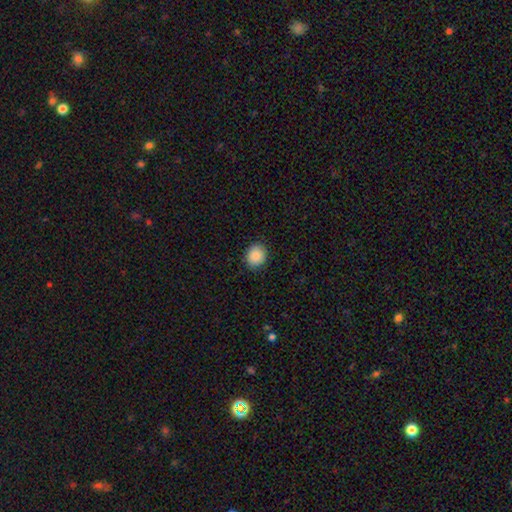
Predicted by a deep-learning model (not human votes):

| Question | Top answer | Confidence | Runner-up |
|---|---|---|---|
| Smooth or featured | smooth | 87% | star or artifact (8%) |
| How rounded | round | 68% | in between (31%) |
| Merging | none | 88% | minor disturbance (9%) |